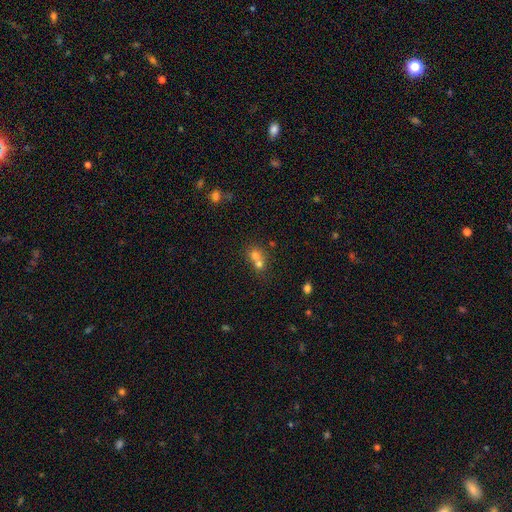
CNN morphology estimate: A smooth galaxy with no disk features (67%) that is round (75%).

Vote fractions:
- Smooth or featured? smooth: 67% / featured or disk: 17% / star or artifact: 15%
- How rounded? round: 75% / in between: 23% / cigar-shaped: 1%
- Merging? merger: 65% / none: 28% / minor disturbance: 5% / major disturbance: 3%